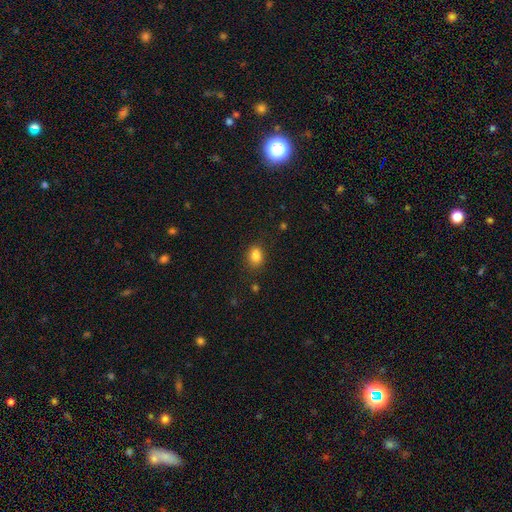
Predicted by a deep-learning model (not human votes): Overall: smooth (82%). How rounded: in between (63%; round 35%). Merging: none (72%).